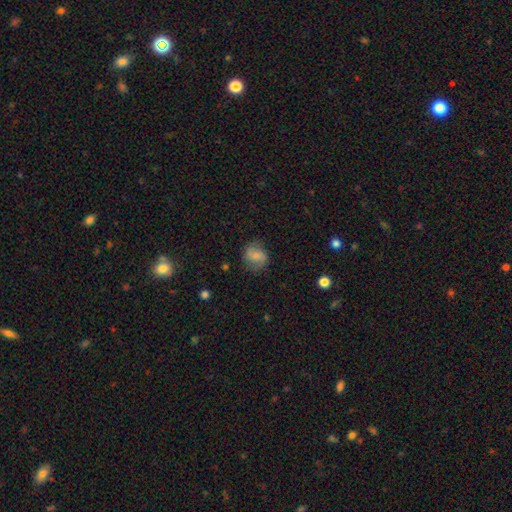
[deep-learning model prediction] smooth-or-featured: smooth: 60% | featured or disk: 31% | star or artifact: 9%
  how-rounded: round: 63% | in between: 35% | cigar-shaped: 1%
  merging: none: 71% | minor disturbance: 20% | major disturbance: 8% | merger: 1%